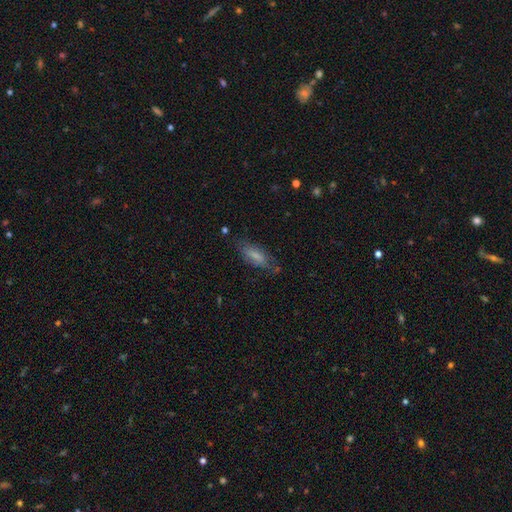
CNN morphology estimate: Smooth or featured? smooth (65%)
How rounded? in between (64%)
Merging? none (63%)